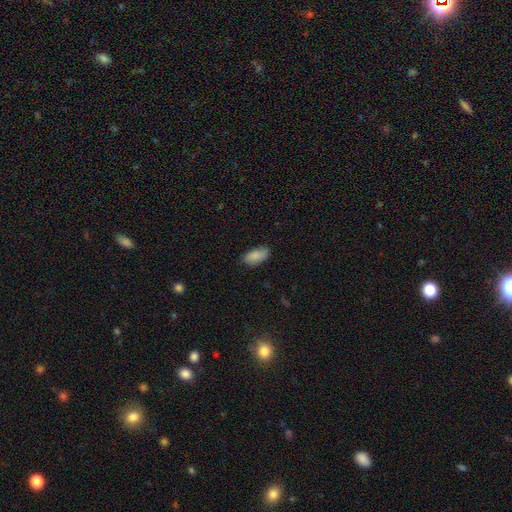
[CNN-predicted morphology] The model was most divided on "merging": none: 74%, minor disturbance: 21%, major disturbance: 3%, merger: 1%. More confident: how rounded — in between (92%); smooth or featured — smooth (87%).